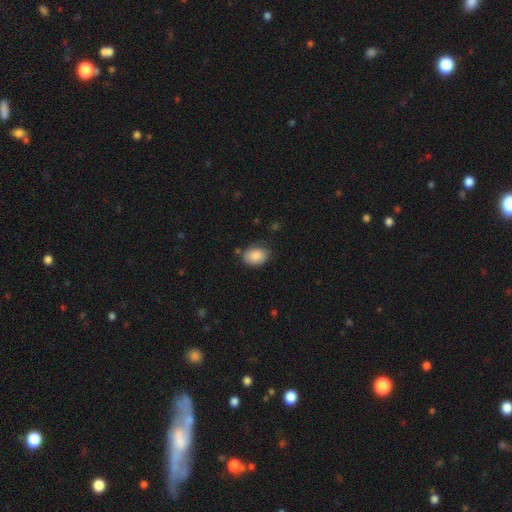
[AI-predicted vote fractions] Smooth or featured?
  - smooth: 86% *
  - star or artifact: 7%
  - featured or disk: 7%
How rounded?
  - in between: 77% *
  - round: 22%
  - cigar-shaped: 1%
Merging?
  - none: 71% *
  - minor disturbance: 21%
  - major disturbance: 4%
  - merger: 3%